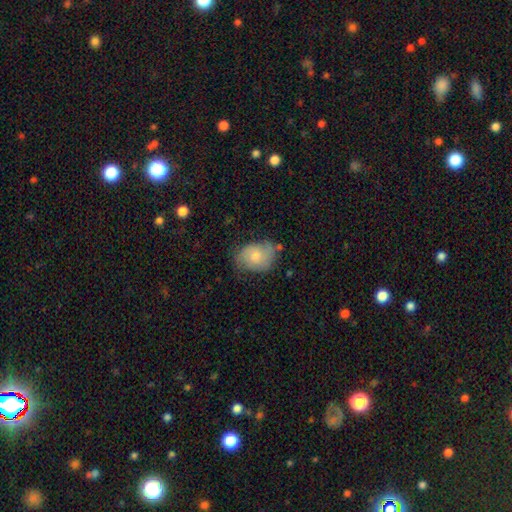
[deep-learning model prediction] smooth 64%, featured or disk 29%, star or artifact 7%. Down the decision tree: how rounded — in between (65%); merging — none (54%).